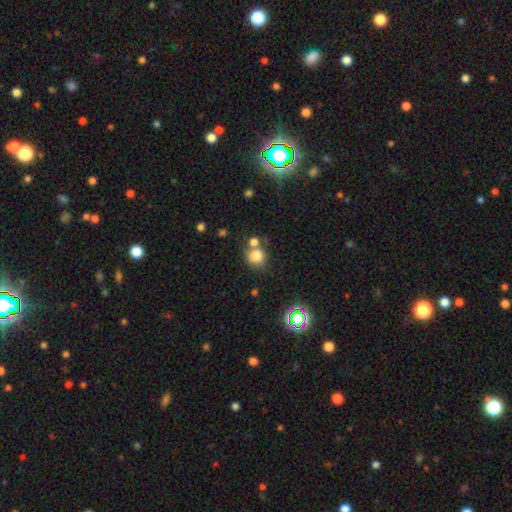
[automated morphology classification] smooth-or-featured: smooth: 79% | star or artifact: 13% | featured or disk: 8%
  how-rounded: round: 86% | in between: 13% | cigar-shaped: 1%
  merging: none: 59% | merger: 28% | minor disturbance: 10% | major disturbance: 4%